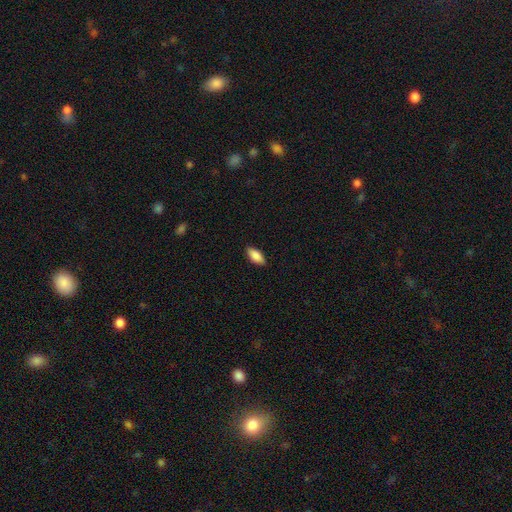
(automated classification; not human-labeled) This appears to be a smooth galaxy with no disk features (88%) that is in between round and cigar-shaped (86%). Merging: none (88%).